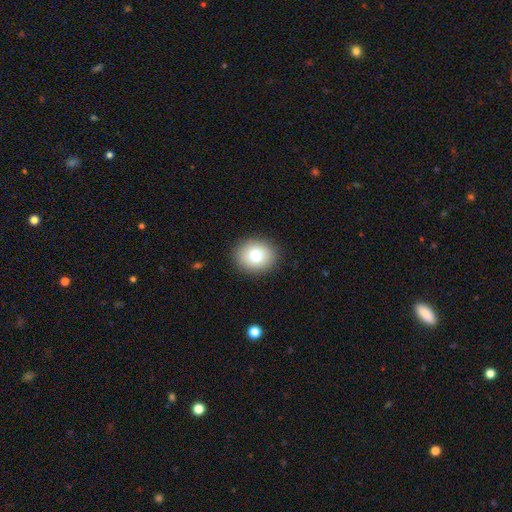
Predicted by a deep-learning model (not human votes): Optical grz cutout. It shows a smooth galaxy with no disk features (77%) that is round (65%). Merging: none (89%).